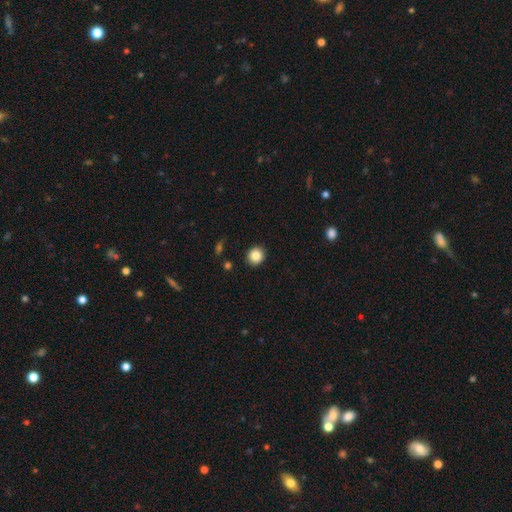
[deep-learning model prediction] A smooth galaxy with no disk features (85%) that is round (85%).

Vote fractions:
- Smooth or featured? smooth: 85% / star or artifact: 10% / featured or disk: 5%
- How rounded? round: 85% / in between: 14% / cigar-shaped: 1%
- Merging? none: 89% / minor disturbance: 7% / major disturbance: 2% / merger: 1%